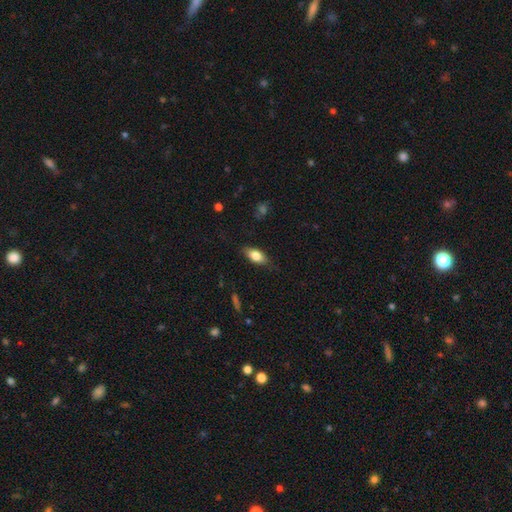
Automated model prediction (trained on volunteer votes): This is likely a smooth galaxy (78%). How rounded: clearly in between (86%). Merging: likely none (80%).